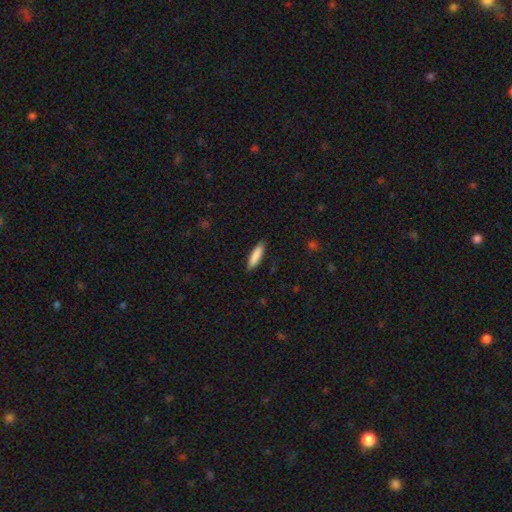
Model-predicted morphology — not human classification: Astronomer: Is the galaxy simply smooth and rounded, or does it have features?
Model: smooth — 87%.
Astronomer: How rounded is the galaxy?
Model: cigar-shaped — 71%.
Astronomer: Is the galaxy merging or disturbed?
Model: none — 89%.